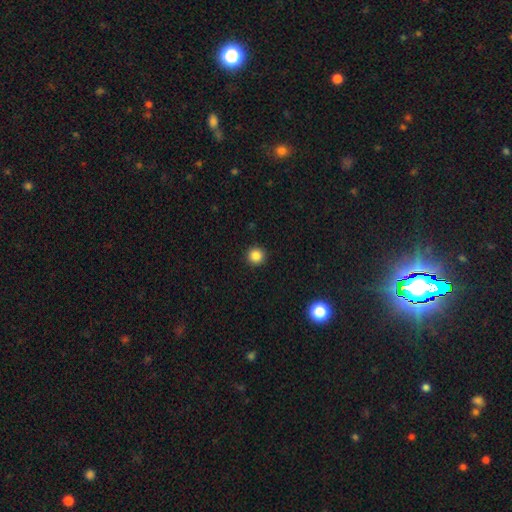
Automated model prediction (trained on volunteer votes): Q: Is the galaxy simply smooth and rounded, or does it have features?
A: smooth — 86%.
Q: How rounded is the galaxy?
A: round — 95%.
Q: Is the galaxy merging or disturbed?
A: none — 93%.